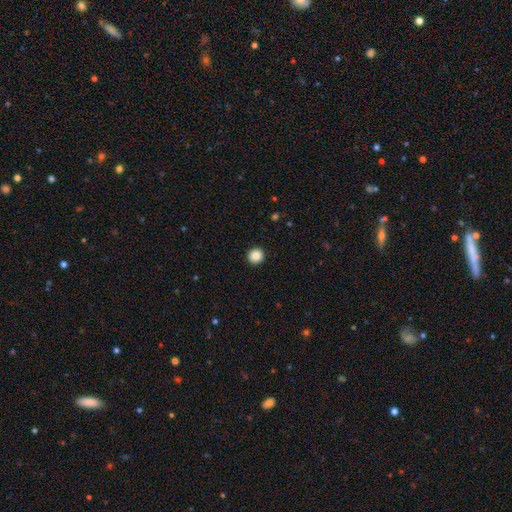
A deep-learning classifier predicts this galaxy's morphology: smooth 85%, star or artifact 9%, featured or disk 5%. Down the decision tree: how rounded — round (94%); merging — none (93%).